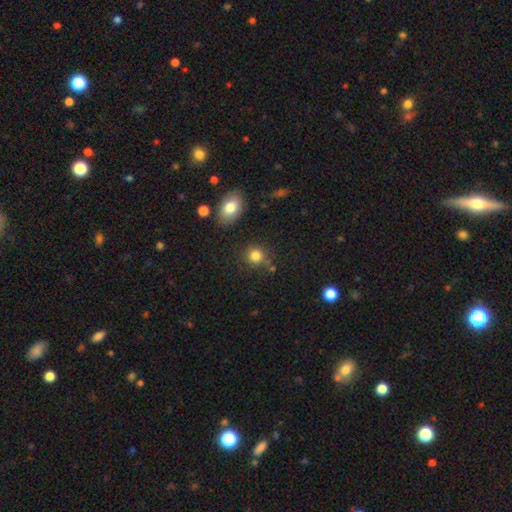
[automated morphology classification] Q: Smooth or featured?
A: smooth (83%); runner-up: star or artifact (11%)
Q: How rounded?
A: round (83%); runner-up: in between (16%)
Q: Merging?
A: none (78%); runner-up: minor disturbance (11%)